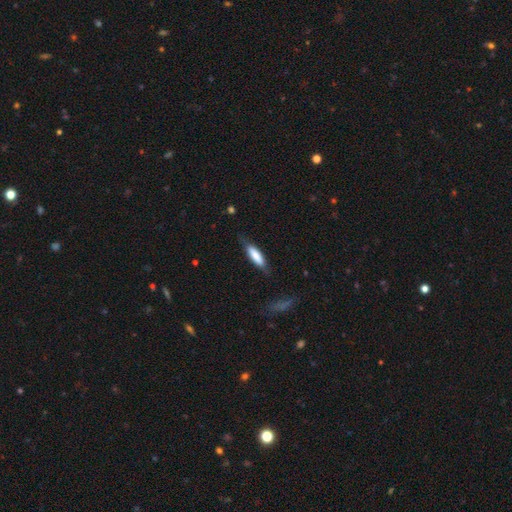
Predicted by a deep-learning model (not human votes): Q: Smooth or featured?
A: smooth (77%); runner-up: featured or disk (17%)
Q: How rounded?
A: cigar-shaped (61%); runner-up: in between (38%)
Q: Merging?
A: none (69%); runner-up: minor disturbance (22%)